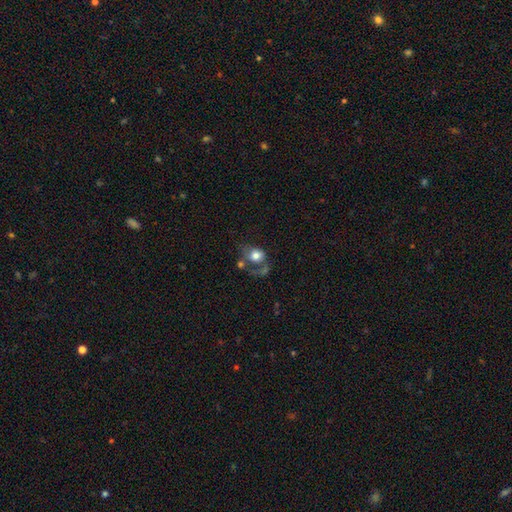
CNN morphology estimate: smooth-or-featured: smooth: 67% | featured or disk: 24% | star or artifact: 9%
  how-rounded: round: 55% | in between: 44% | cigar-shaped: 1%
  merging: major disturbance: 32% | none: 27% | merger: 25% | minor disturbance: 17%